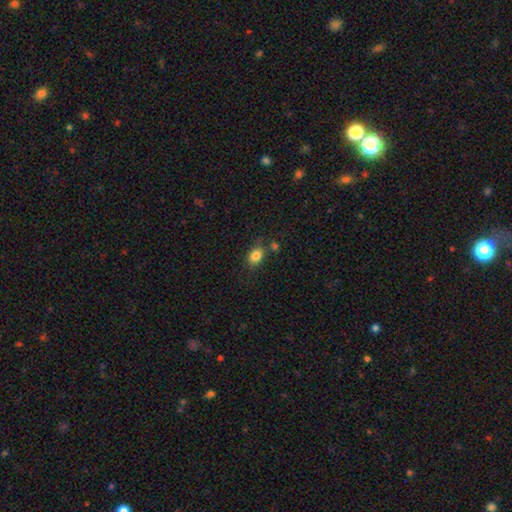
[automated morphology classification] This is clearly a smooth galaxy (83%). How rounded: likely in between (68%). Merging: likely none (66%).